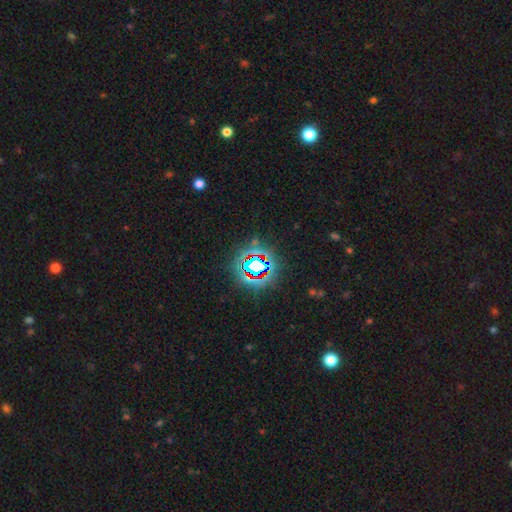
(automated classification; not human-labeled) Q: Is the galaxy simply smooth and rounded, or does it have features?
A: star or artifact — 81%.